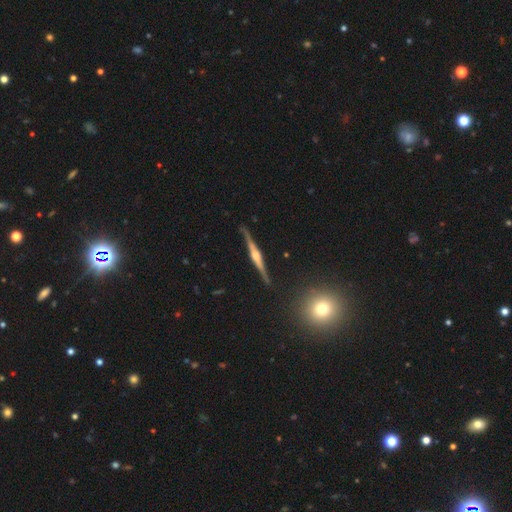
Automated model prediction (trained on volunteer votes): Smooth or featured?
  - featured or disk: 83% *
  - smooth: 11%
  - star or artifact: 6%
Edge-on disk?
  - yes: 98% *
  - no: 2%
Edge-on bulge?
  - rounded: 74% *
  - boxy: 20%
  - none: 6%
Merging?
  - none: 88% *
  - minor disturbance: 9%
  - major disturbance: 2%
  - merger: 2%